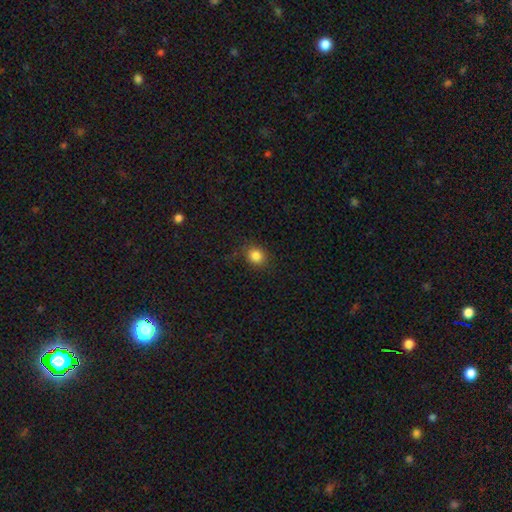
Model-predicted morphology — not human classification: Smooth or featured: smooth — 84% (star or artifact — 11%)
How rounded: round — 78% (in between — 21%)
Merging: none — 84% (minor disturbance — 12%)